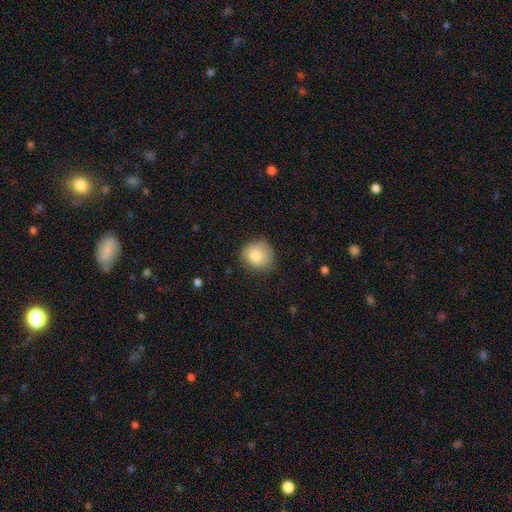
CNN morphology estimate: This is likely a smooth galaxy (80%). How rounded: likely round (80%). Merging: likely none (68%).